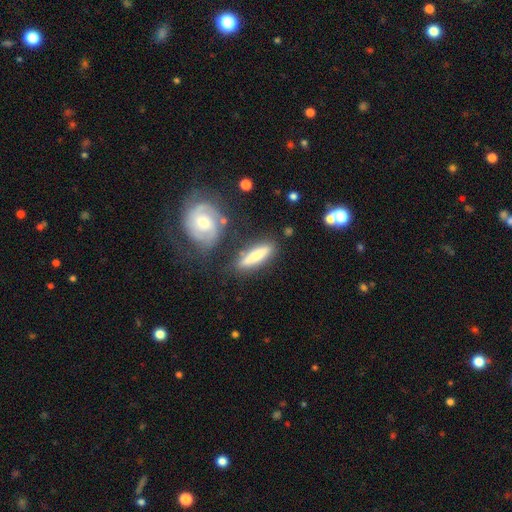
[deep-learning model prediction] Smooth or featured?
  - smooth: 64% *
  - featured or disk: 30%
  - star or artifact: 6%
How rounded?
  - cigar-shaped: 79% *
  - in between: 19%
  - round: 2%
Merging?
  - none: 77% *
  - minor disturbance: 13%
  - merger: 6%
  - major disturbance: 4%